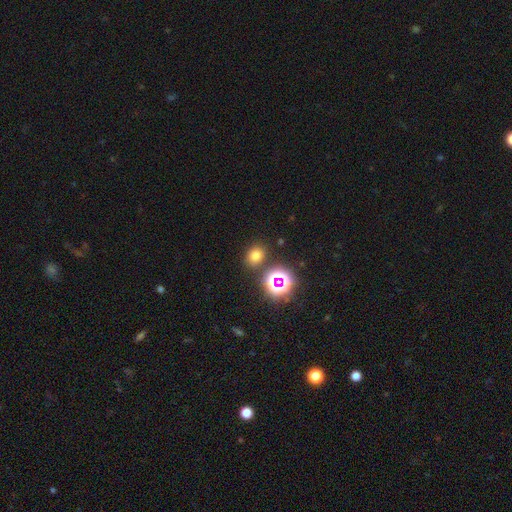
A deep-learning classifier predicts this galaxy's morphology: Smooth or featured?
  - smooth: 70% *
  - star or artifact: 23%
  - featured or disk: 7%
How rounded?
  - round: 55% *
  - in between: 44%
  - cigar-shaped: 1%
Merging?
  - none: 81% *
  - minor disturbance: 9%
  - merger: 6%
  - major disturbance: 3%